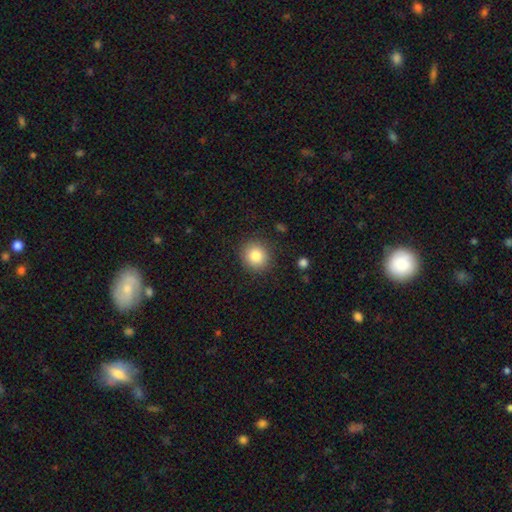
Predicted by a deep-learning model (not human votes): Smooth or featured?
  - smooth: 84% *
  - star or artifact: 10%
  - featured or disk: 7%
How rounded?
  - round: 87% *
  - in between: 12%
  - cigar-shaped: 1%
Merging?
  - none: 88% *
  - minor disturbance: 8%
  - major disturbance: 3%
  - merger: 1%